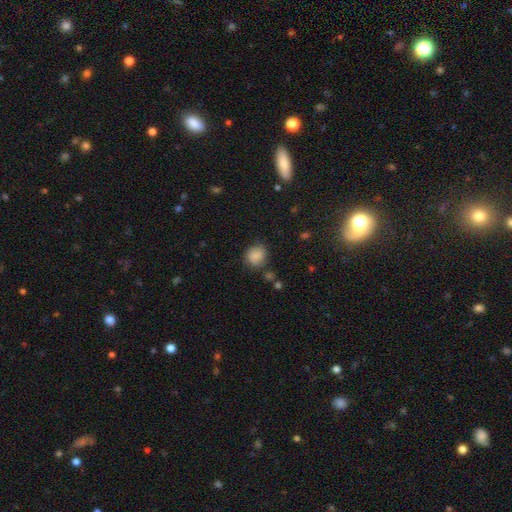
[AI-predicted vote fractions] This appears to be a smooth galaxy with no disk features (84%) that is round (75%). Merging: none (74%).